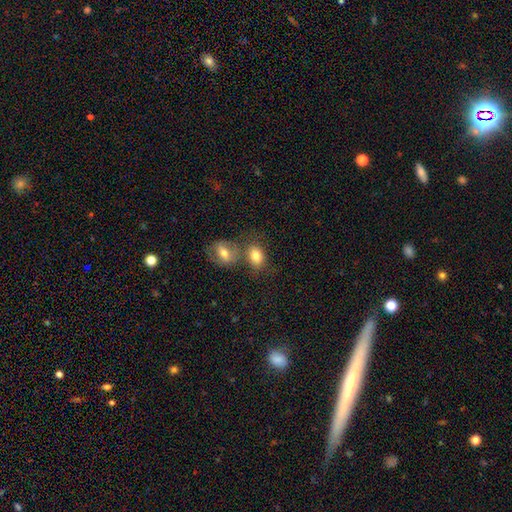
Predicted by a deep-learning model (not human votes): This appears to be a smooth galaxy with no disk features (79%) that is in between round and cigar-shaped (69%). Merging: none (46%).